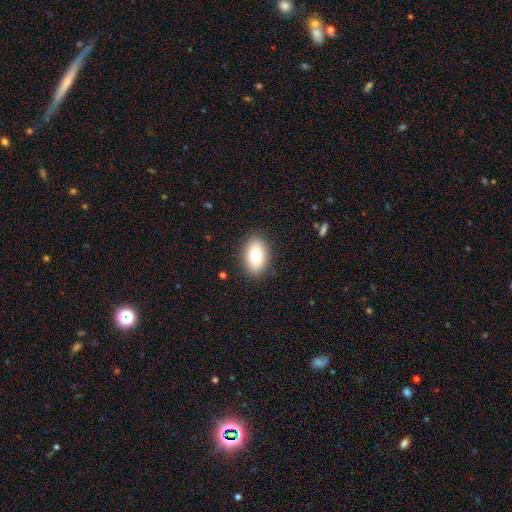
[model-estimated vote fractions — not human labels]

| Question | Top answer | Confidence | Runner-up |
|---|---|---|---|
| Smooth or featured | smooth | 76% | featured or disk (15%) |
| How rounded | in between | 87% | round (12%) |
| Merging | none | 87% | minor disturbance (9%) |